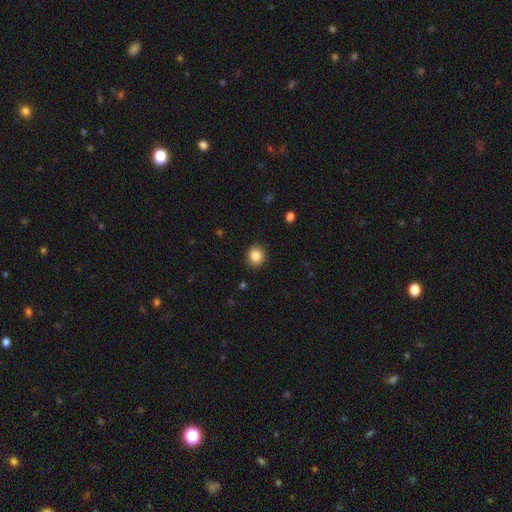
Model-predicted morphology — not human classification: Overall: smooth (86%). How rounded: round (81%). Merging: none (90%).